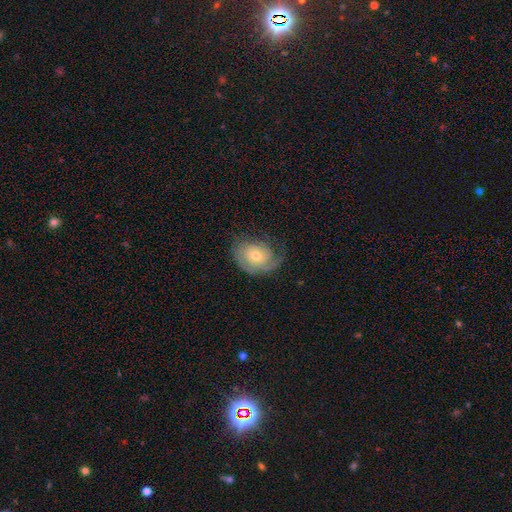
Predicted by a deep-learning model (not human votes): Overall: featured or disk (66%; smooth 27%). Edge-on disk: no (96%). Bar: no (76%). Spiral arms: yes (86%). Spiral arm count: 1 (35%; 2 28%). Spiral winding: tight (57%; medium 28%). Bulge size: moderate (57%; small 37%). Merging: none (61%; minor disturbance 24%).